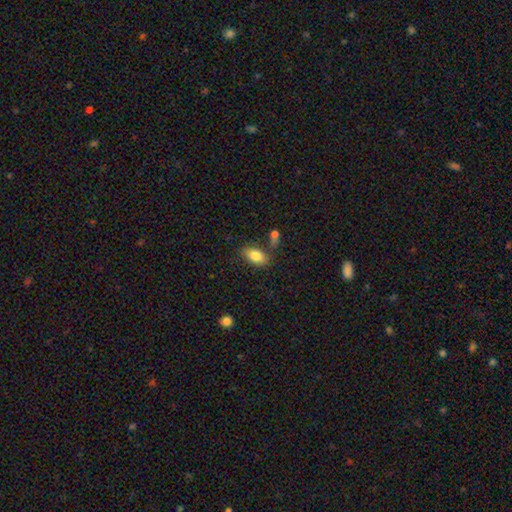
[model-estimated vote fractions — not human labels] The model was most divided on "merging": none: 73%, minor disturbance: 15%, merger: 9%, major disturbance: 4%. More confident: how rounded — in between (91%); smooth or featured — smooth (83%).